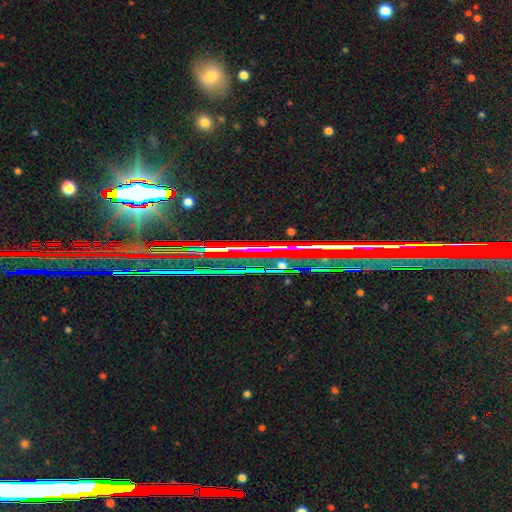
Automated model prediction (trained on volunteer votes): Overall: star or artifact (82%).